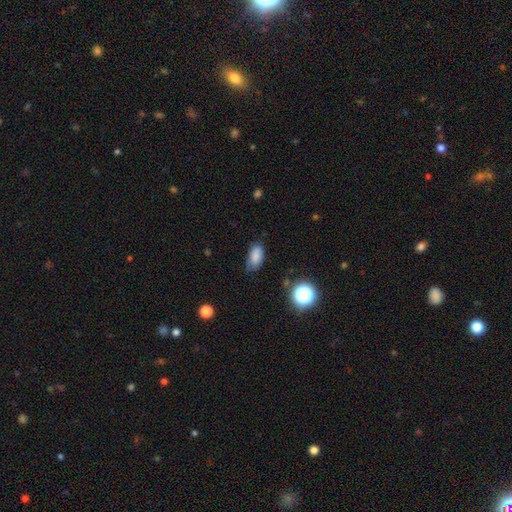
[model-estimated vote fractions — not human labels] The model was most divided on "merging": none: 66%, minor disturbance: 27%, major disturbance: 6%, merger: 2%. More confident: how rounded — in between (91%); smooth or featured — smooth (83%).